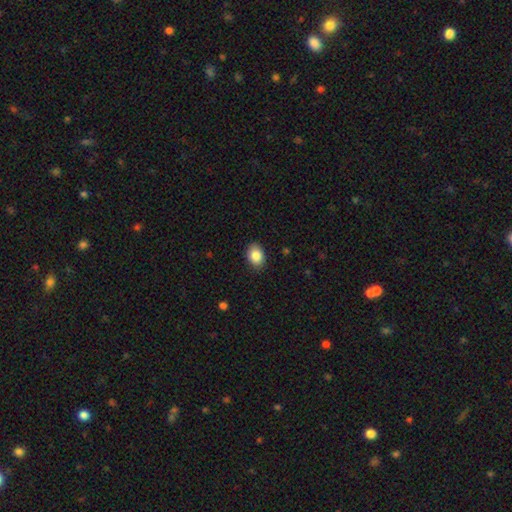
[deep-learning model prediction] A smooth galaxy with no disk features (86%) that is in between round and cigar-shaped (76%).

Vote fractions:
- Smooth or featured? smooth: 86% / star or artifact: 8% / featured or disk: 6%
- How rounded? in between: 76% / round: 23% / cigar-shaped: 1%
- Merging? none: 87% / minor disturbance: 10% / major disturbance: 2% / merger: 1%